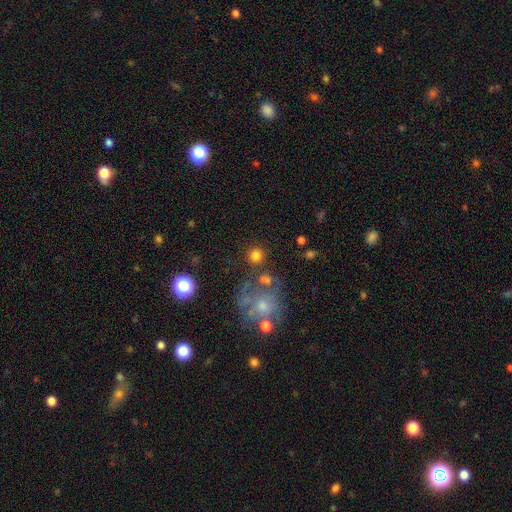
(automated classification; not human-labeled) smooth 79%, star or artifact 12%, featured or disk 8%. Down the decision tree: how rounded — round (93%); merging — none (80%).